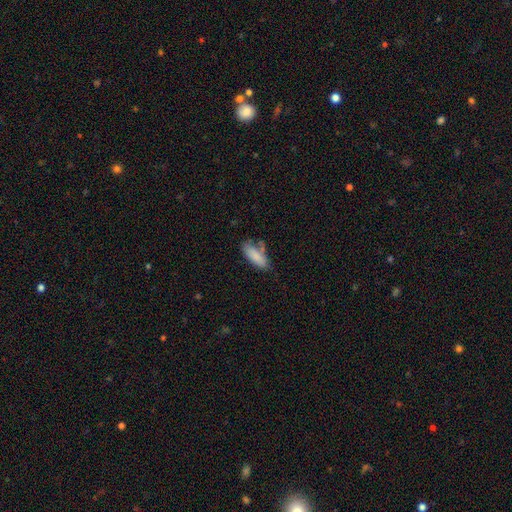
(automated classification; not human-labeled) A smooth galaxy with no disk features (83%) that is in between round and cigar-shaped (68%).

Vote fractions:
- Smooth or featured? smooth: 83% / featured or disk: 10% / star or artifact: 7%
- How rounded? in between: 68% / cigar-shaped: 30% / round: 2%
- Merging? none: 56% / minor disturbance: 24% / merger: 12% / major disturbance: 8%